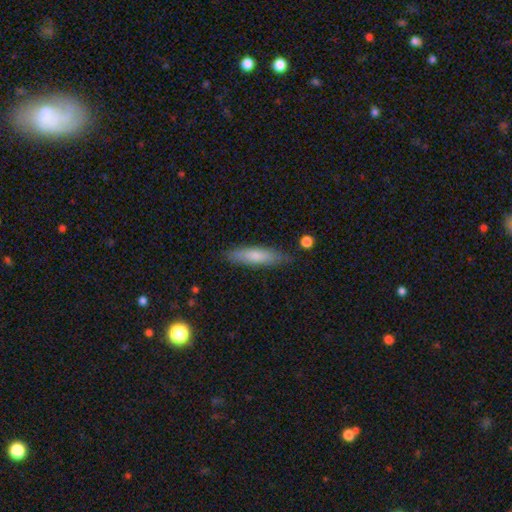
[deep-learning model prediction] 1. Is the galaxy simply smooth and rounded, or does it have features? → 73% smooth, 21% featured or disk, 6% star or artifact.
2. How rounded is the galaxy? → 75% cigar-shaped, 24% in between, 2% round.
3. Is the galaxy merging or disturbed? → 80% none, 15% minor disturbance, 3% major disturbance, 2% merger.